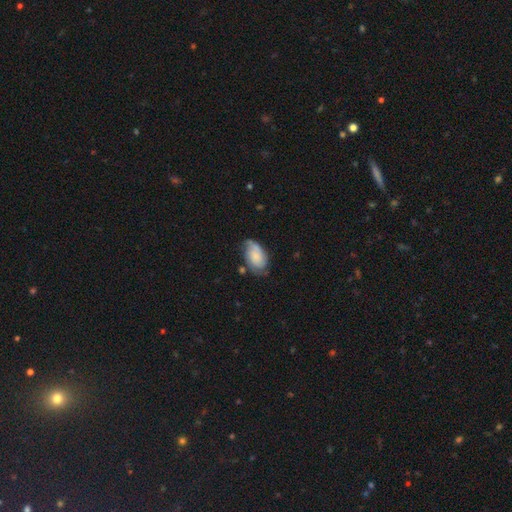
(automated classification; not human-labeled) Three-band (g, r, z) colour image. It shows a featured or disk galaxy (48%). Merging: none (55%).